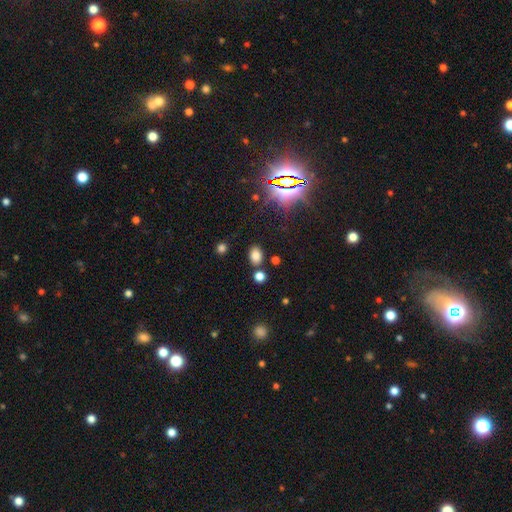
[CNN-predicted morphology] type=smooth (76%); roundness=in between (74%); merging=none (79%).